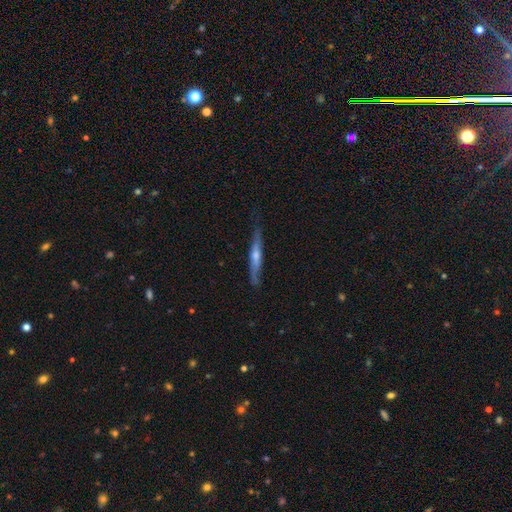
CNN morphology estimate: smooth-or-featured: featured or disk: 63% | smooth: 31% | star or artifact: 6%
  disk-edge-on: yes: 91% | no: 9%
    edge-on-bulge: rounded: 74% | none: 20% | boxy: 6%
  merging: none: 76% | minor disturbance: 19% | major disturbance: 3% | merger: 2%